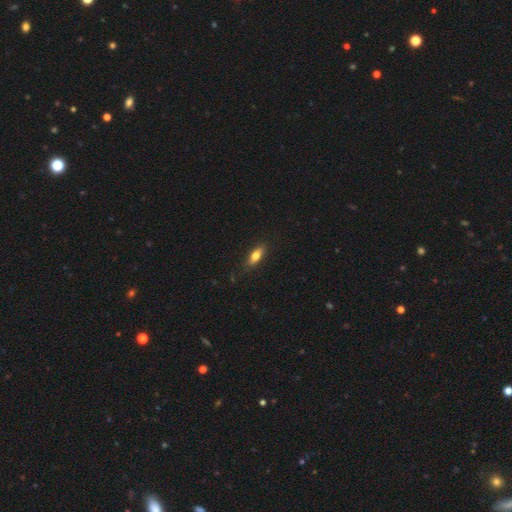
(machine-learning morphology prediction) A smooth galaxy with no disk features (72%) that is in between round and cigar-shaped (67%).

Vote fractions:
- Smooth or featured? smooth: 72% / featured or disk: 21% / star or artifact: 7%
- How rounded? in between: 67% / cigar-shaped: 30% / round: 3%
- Merging? none: 85% / minor disturbance: 12% / major disturbance: 2% / merger: 1%